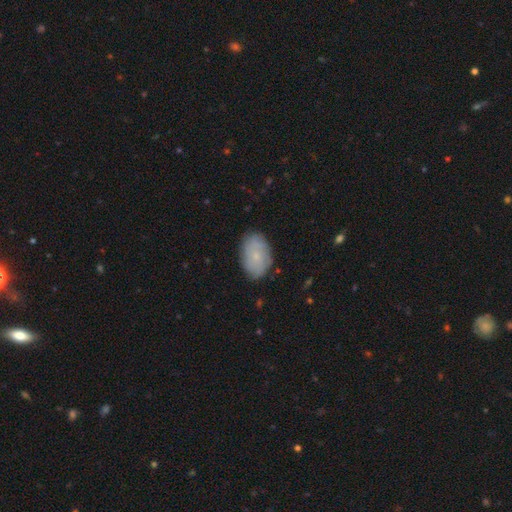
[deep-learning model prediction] Overall: smooth (59%; featured or disk 33%). How rounded: in between (89%). Merging: none (81%).